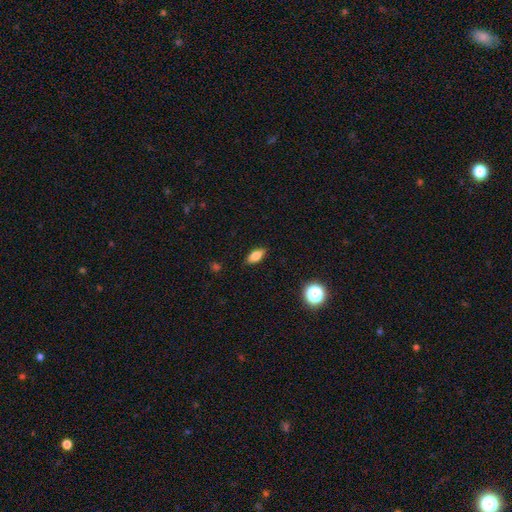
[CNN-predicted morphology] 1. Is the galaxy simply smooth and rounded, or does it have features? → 81% smooth, 10% featured or disk, 9% star or artifact.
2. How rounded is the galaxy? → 84% in between, 11% cigar-shaped, 4% round.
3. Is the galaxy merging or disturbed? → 88% none, 9% minor disturbance, 2% major disturbance, 1% merger.